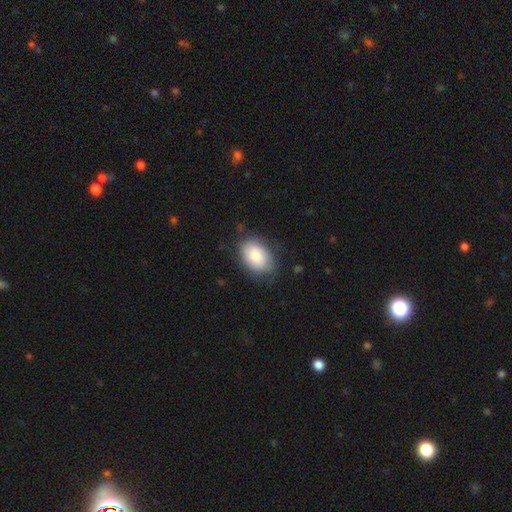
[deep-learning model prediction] A smooth galaxy with no disk features (83%) that is in between round and cigar-shaped (86%).

Vote fractions:
- Smooth or featured? smooth: 83% / featured or disk: 11% / star or artifact: 6%
- How rounded? in between: 86% / round: 13% / cigar-shaped: 1%
- Merging? none: 71% / minor disturbance: 21% / major disturbance: 6% / merger: 1%